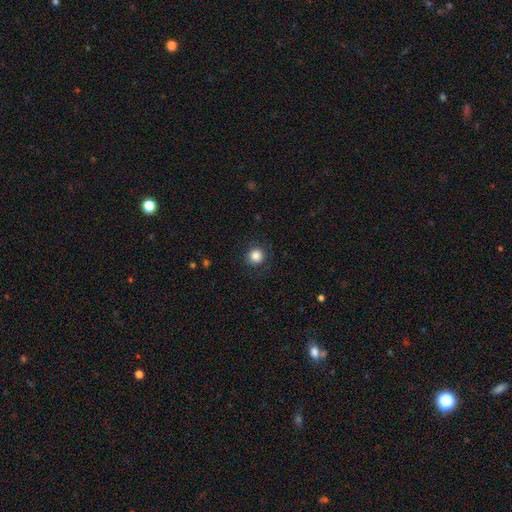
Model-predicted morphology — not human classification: Smooth or featured? smooth (85%)
How rounded? round (93%)
Merging? none (88%)